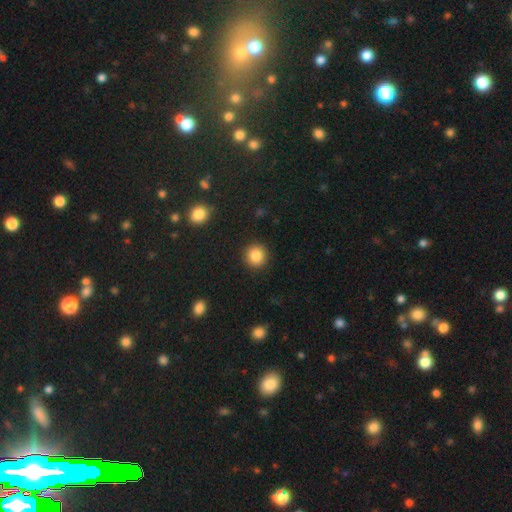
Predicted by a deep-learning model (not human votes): smooth 85%, star or artifact 10%, featured or disk 5%. Down the decision tree: how rounded — round (93%); merging — none (91%).